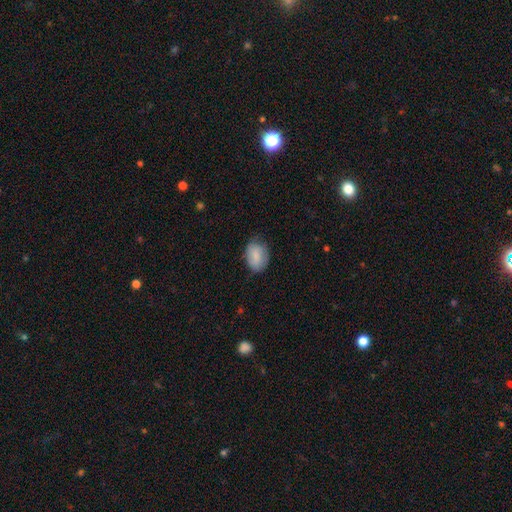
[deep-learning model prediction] A smooth galaxy with no disk features (81%) that is in between round and cigar-shaped (75%). Merging: none (68%).